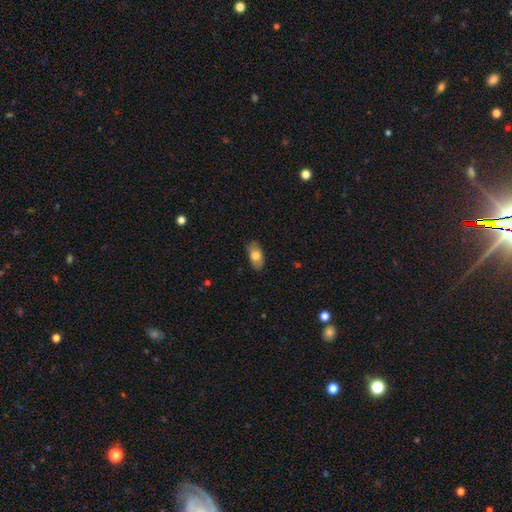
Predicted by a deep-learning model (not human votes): Smooth or featured: smooth — 75% (featured or disk — 18%)
How rounded: in between — 92% (round — 4%)
Merging: none — 82% (minor disturbance — 15%)